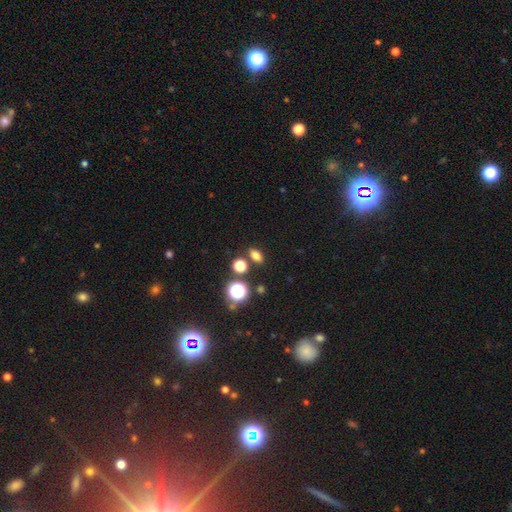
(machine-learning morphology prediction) Smooth or featured? Predicted: smooth (p=0.75). How rounded? Predicted: in between (p=0.72). Merging? Predicted: none (p=0.80).